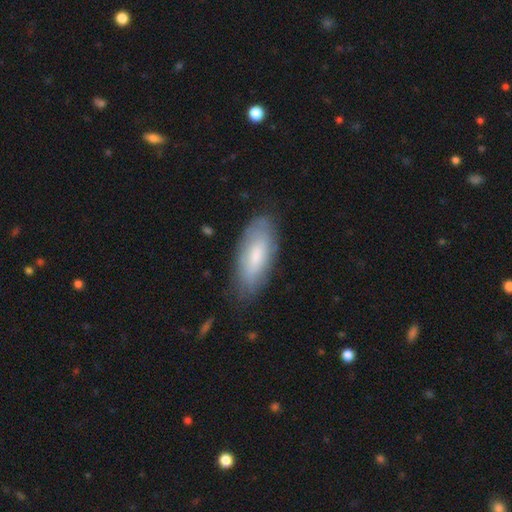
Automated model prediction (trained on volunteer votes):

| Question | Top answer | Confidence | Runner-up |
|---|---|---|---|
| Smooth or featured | smooth | 67% | featured or disk (27%) |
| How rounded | in between | 76% | cigar-shaped (22%) |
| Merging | none | 77% | minor disturbance (18%) |